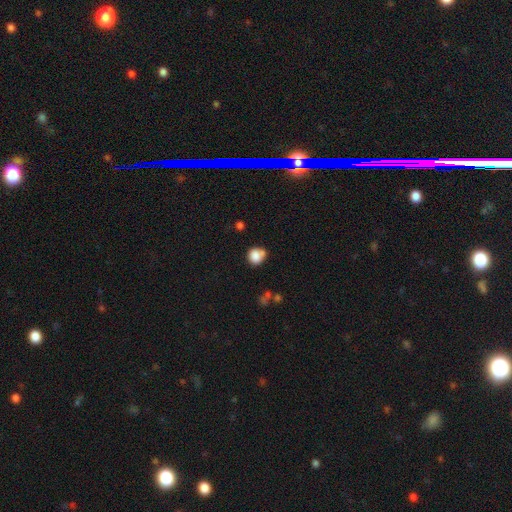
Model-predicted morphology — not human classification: type=smooth (82%); roundness=round (77%); merging=none (50%).